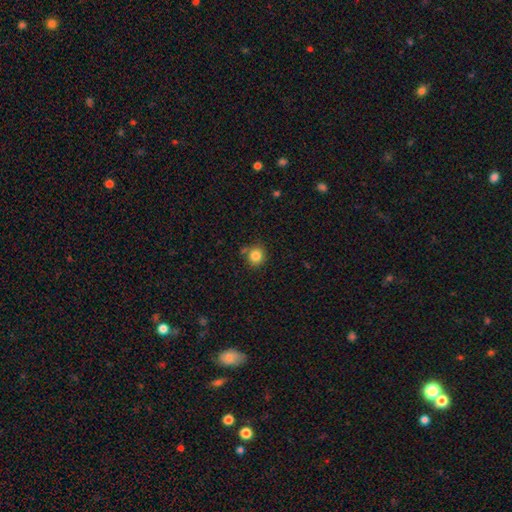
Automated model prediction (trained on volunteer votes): The model was most divided on "merging": none: 78%, minor disturbance: 12%, merger: 7%, major disturbance: 3%. More confident: how rounded — round (90%); smooth or featured — smooth (84%).